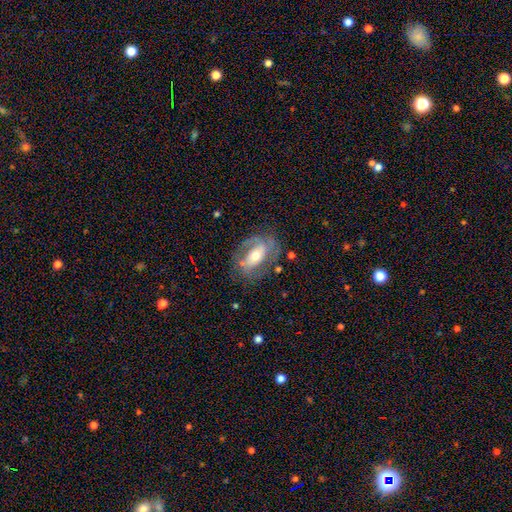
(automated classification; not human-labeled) Smooth or featured? featured or disk (68%)
Edge-on disk? no (91%)
Bar? no (37%)
Spiral arms? yes (69%)
Bulge size? moderate (65%)
Merging? none (65%)